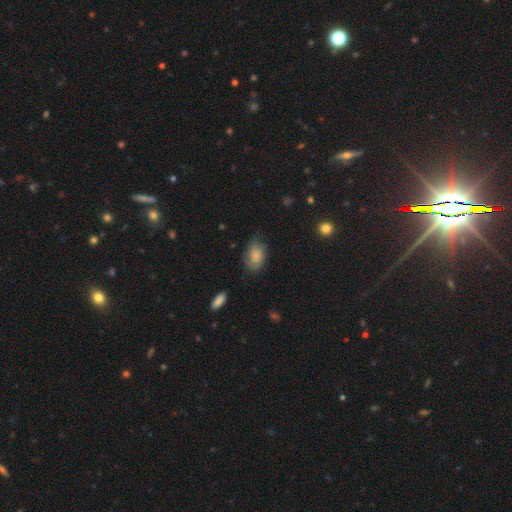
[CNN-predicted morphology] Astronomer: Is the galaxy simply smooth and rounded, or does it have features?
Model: smooth — 75%.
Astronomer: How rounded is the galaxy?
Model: in between — 84%.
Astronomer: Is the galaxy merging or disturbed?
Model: none — 60%.